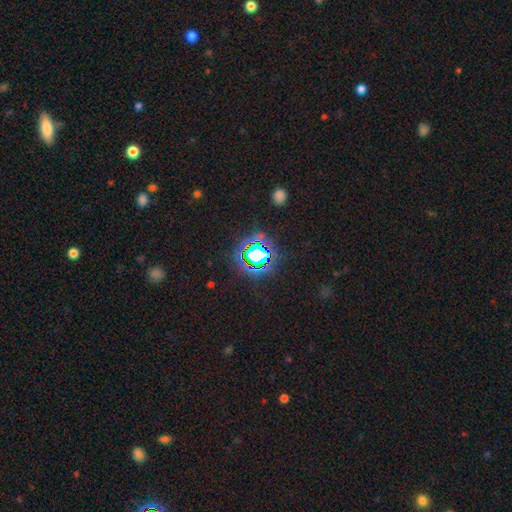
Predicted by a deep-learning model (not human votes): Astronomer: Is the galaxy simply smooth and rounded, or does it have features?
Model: star or artifact — 72%.